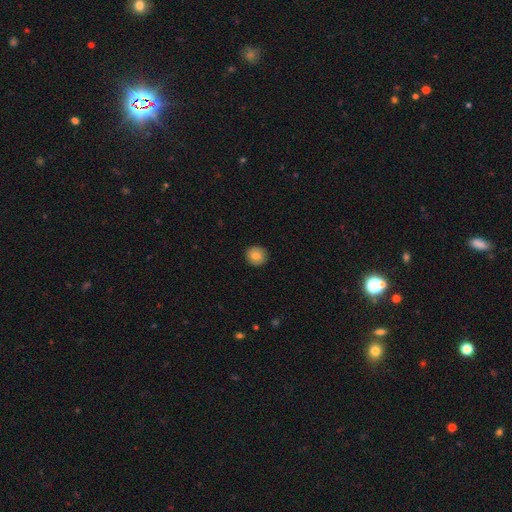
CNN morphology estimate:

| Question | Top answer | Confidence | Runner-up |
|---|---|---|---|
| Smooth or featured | smooth | 79% | featured or disk (13%) |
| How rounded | round | 94% | in between (5%) |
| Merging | none | 91% | minor disturbance (6%) |